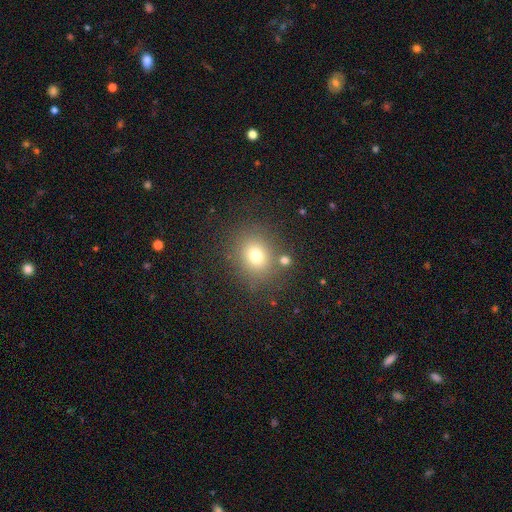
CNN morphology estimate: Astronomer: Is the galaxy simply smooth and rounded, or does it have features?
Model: smooth — 74%.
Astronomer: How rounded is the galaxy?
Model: round — 67%.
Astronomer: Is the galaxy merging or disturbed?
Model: none — 79%.